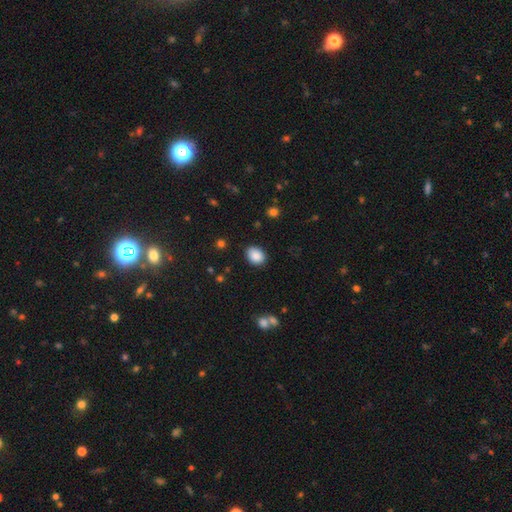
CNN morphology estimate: Smooth or featured: smooth — 88% (star or artifact — 8%)
How rounded: in between — 62% (round — 37%)
Merging: none — 87% (minor disturbance — 9%)